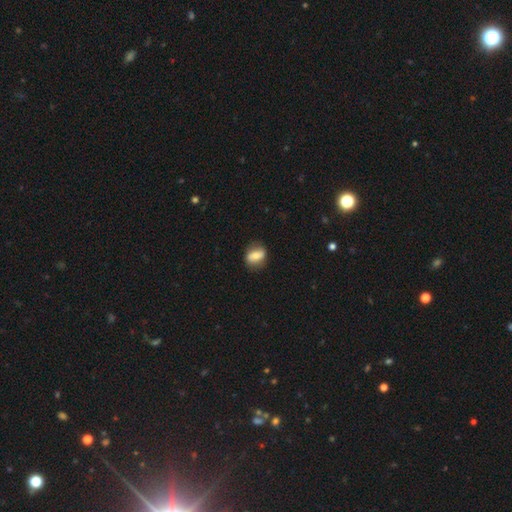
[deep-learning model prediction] Overall: smooth (67%). How rounded: in between (65%; round 31%). Merging: none (77%).